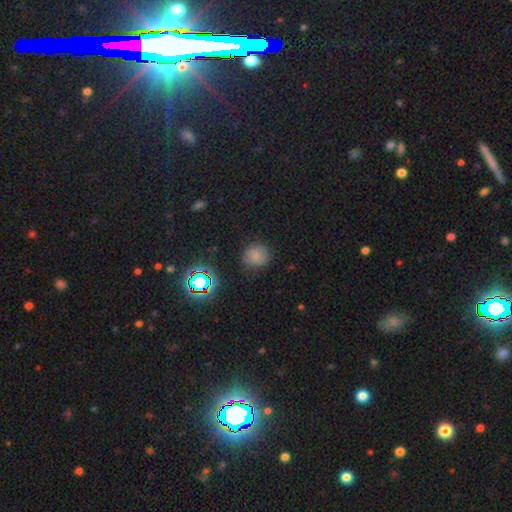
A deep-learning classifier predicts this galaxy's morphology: smooth 69%, star or artifact 20%, featured or disk 11%. Down the decision tree: how rounded — round (85%); merging — none (77%).